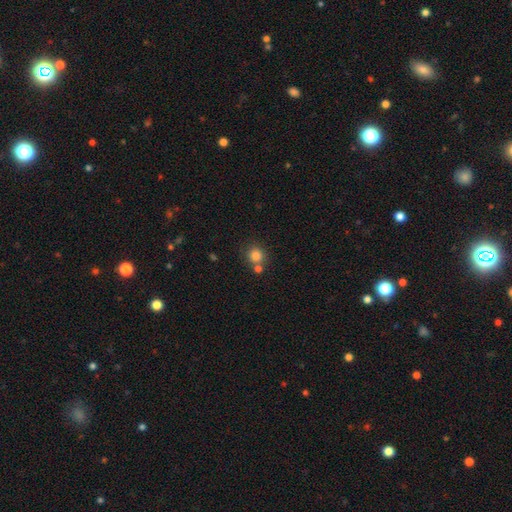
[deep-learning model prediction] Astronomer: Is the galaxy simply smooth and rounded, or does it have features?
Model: smooth — 83%.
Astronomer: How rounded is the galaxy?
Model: round — 89%.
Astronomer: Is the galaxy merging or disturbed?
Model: none — 64%.